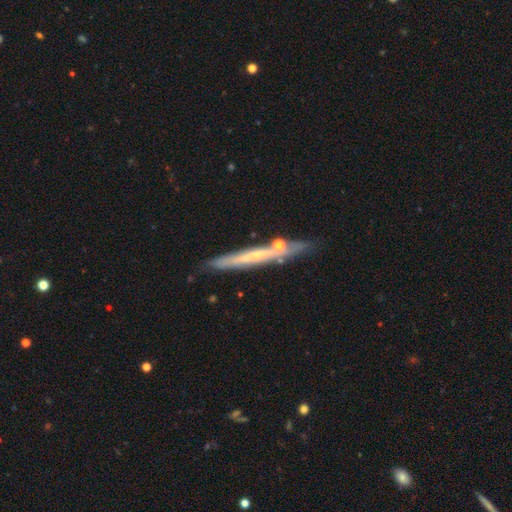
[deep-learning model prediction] A featured or disk galaxy (58%) viewed edge-on (88%) with no central bulge (69%). Merging: none (78%).